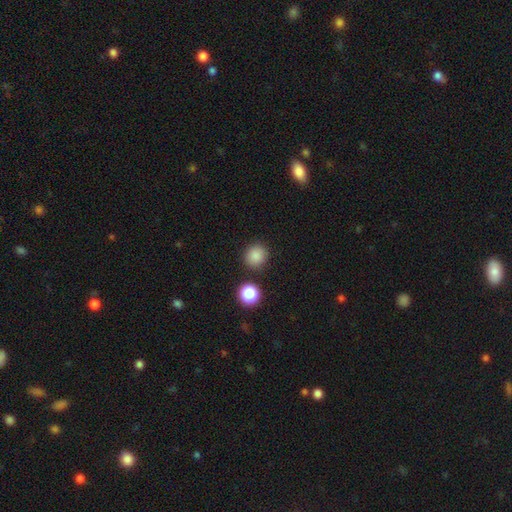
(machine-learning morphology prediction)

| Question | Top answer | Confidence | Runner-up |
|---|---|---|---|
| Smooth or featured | smooth | 85% | star or artifact (12%) |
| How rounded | round | 87% | in between (12%) |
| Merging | none | 85% | minor disturbance (8%) |